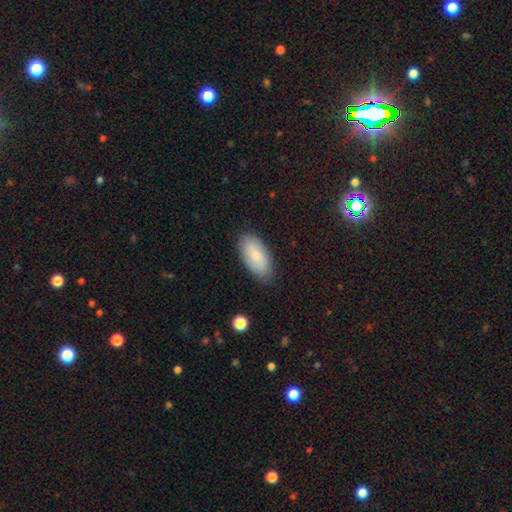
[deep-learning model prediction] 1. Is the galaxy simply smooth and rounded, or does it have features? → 81% smooth, 13% featured or disk, 6% star or artifact.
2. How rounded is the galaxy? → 93% in between, 5% cigar-shaped, 2% round.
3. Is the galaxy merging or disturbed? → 83% none, 13% minor disturbance, 3% major disturbance, 1% merger.